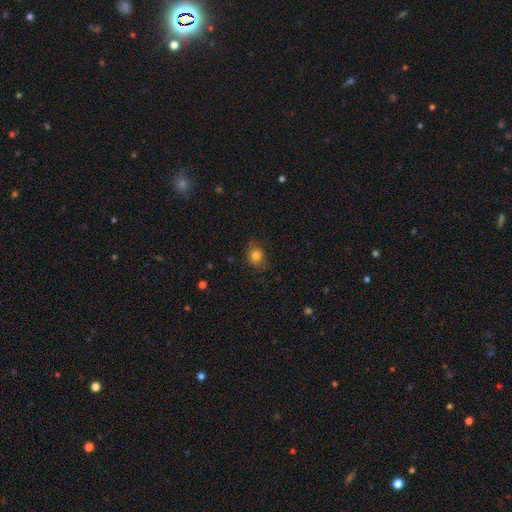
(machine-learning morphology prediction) type=smooth (81%); roundness=round (73%); merging=none (75%).